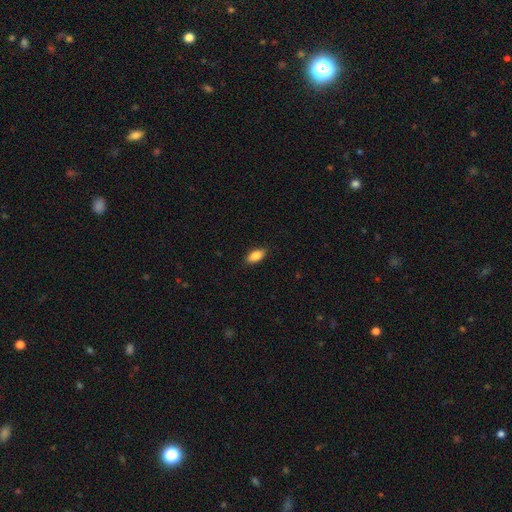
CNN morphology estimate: smooth 83%, featured or disk 10%, star or artifact 7%. Down the decision tree: how rounded — in between (88%); merging — none (88%).